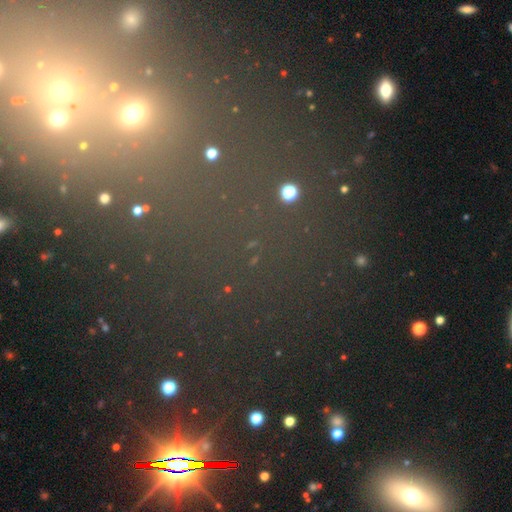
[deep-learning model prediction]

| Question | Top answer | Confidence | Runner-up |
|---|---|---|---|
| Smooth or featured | star or artifact | 66% | smooth (22%) |